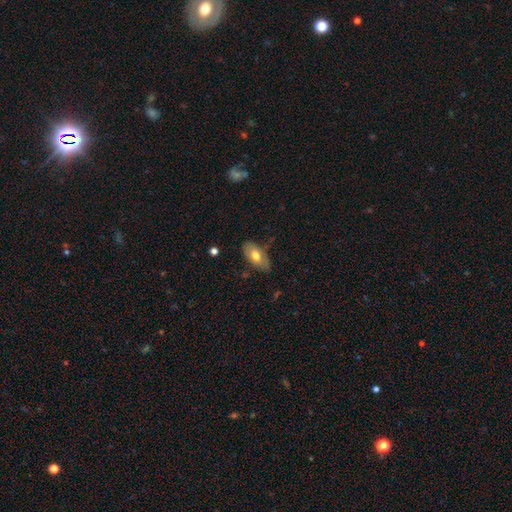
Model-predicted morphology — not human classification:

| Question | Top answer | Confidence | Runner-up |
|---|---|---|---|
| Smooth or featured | smooth | 68% | featured or disk (26%) |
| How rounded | in between | 91% | cigar-shaped (5%) |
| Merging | none | 73% | minor disturbance (21%) |